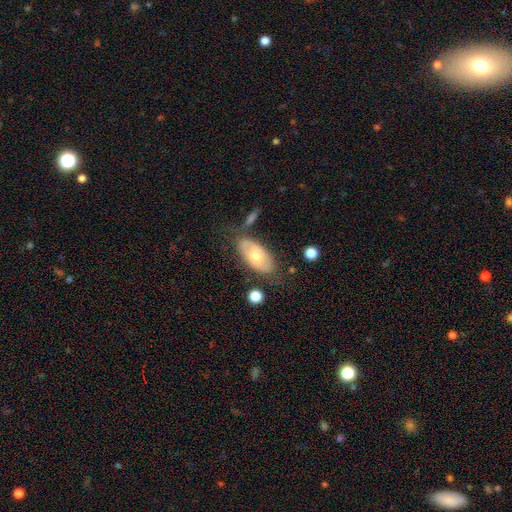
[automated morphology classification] Smooth or featured?
  - smooth: 52% *
  - featured or disk: 42%
  - star or artifact: 6%
How rounded?
  - in between: 91% *
  - cigar-shaped: 5%
  - round: 4%
Merging?
  - none: 66% *
  - minor disturbance: 20%
  - major disturbance: 8%
  - merger: 7%